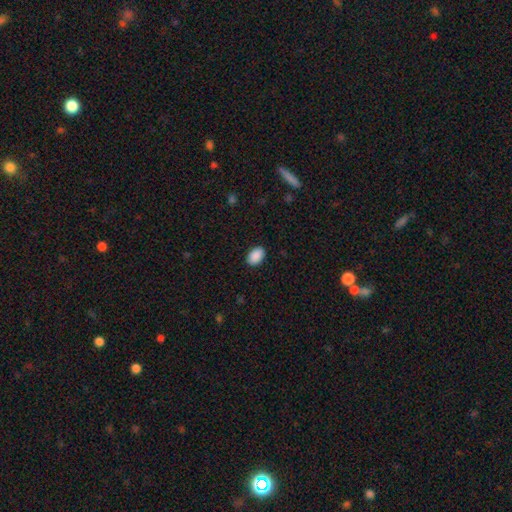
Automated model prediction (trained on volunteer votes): smooth-or-featured: smooth: 90% | star or artifact: 7% | featured or disk: 3%
  how-rounded: in between: 89% | round: 10% | cigar-shaped: 1%
  merging: none: 89% | minor disturbance: 8% | major disturbance: 2% | merger: 1%